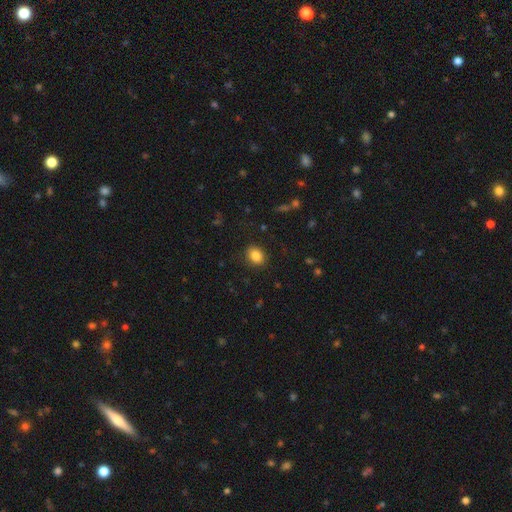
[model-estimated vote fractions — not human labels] smooth 85%, star or artifact 10%, featured or disk 6%. Down the decision tree: how rounded — in between (51%); merging — none (87%).